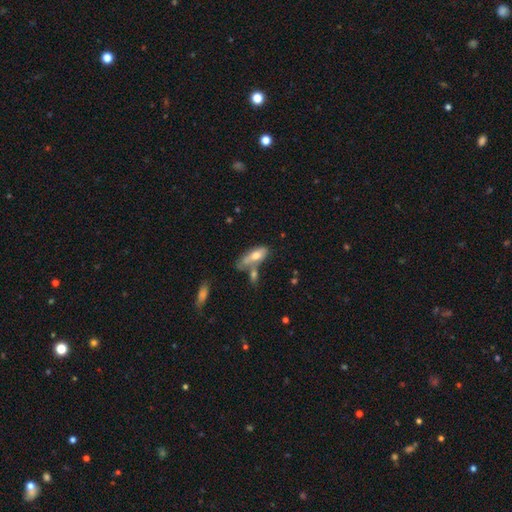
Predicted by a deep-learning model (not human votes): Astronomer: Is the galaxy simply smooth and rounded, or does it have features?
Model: smooth — 66%.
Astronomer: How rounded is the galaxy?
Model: in between — 70%.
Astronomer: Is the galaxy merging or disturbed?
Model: none — 35% (runner-up: merger, 34%).